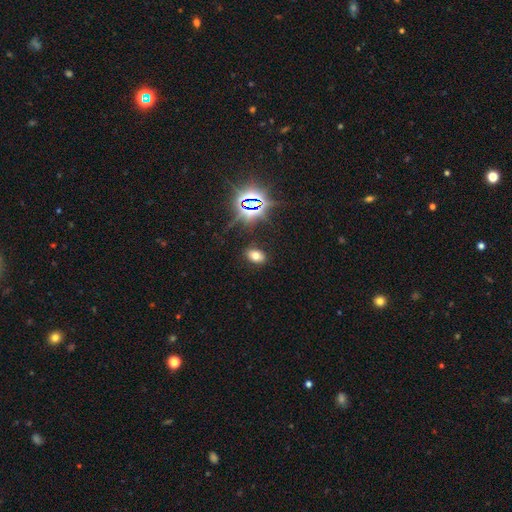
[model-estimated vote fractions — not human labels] This is likely a smooth galaxy (63%). How rounded: clearly in between (83%). Merging: clearly none (87%).